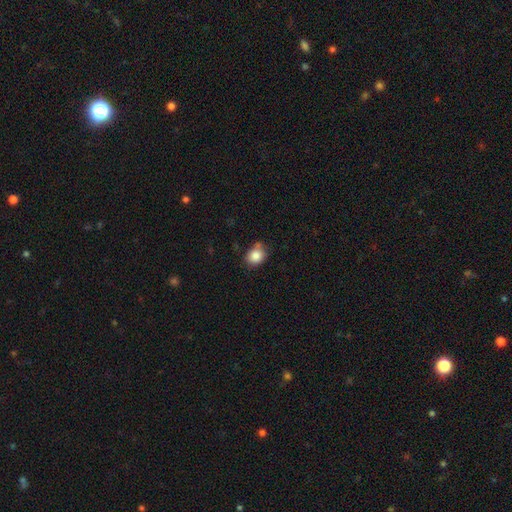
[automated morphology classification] smooth 85%, star or artifact 9%, featured or disk 6%. Down the decision tree: how rounded — round (62%); merging — none (67%).